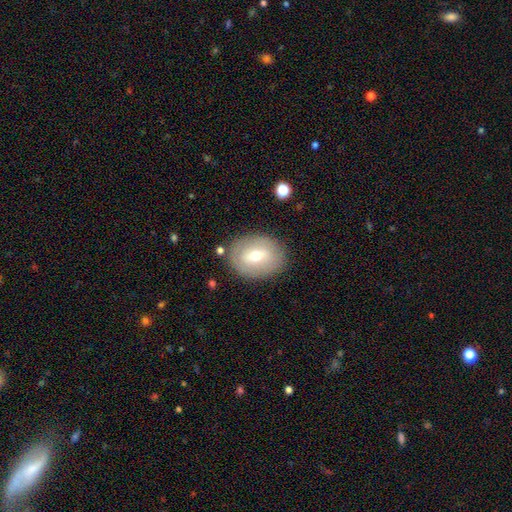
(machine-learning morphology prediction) Smooth or featured? Predicted: smooth (p=0.48). Merging? Predicted: none (p=0.82).